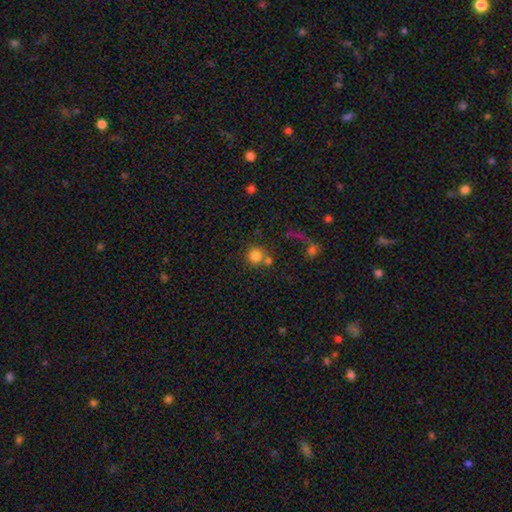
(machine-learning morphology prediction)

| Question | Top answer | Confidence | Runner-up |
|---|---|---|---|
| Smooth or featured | smooth | 82% | star or artifact (11%) |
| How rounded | round | 91% | in between (8%) |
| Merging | none | 59% | merger (27%) |